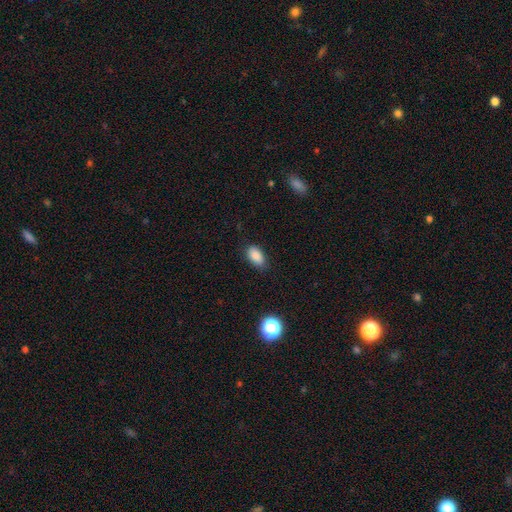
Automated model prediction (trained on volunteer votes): This appears to be a smooth galaxy with no disk features (87%) that is in between round and cigar-shaped (91%). Merging: none (82%).